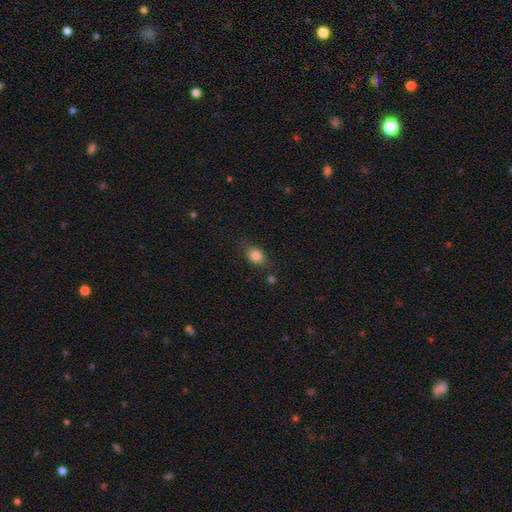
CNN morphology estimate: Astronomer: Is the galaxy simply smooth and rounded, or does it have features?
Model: smooth — 83%.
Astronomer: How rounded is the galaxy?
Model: in between — 69%.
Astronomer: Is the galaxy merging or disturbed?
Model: none — 76%.